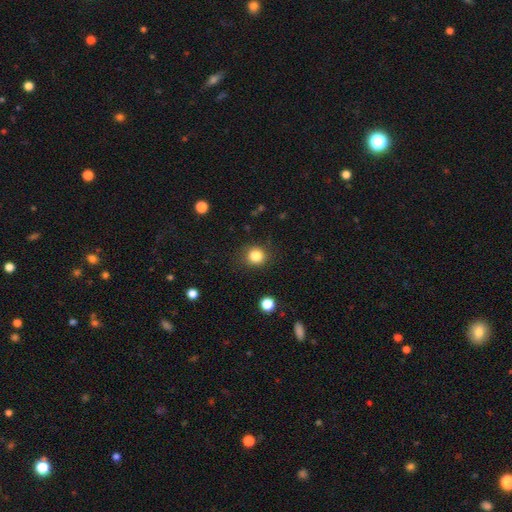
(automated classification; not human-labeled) A smooth galaxy with no disk features (84%) that is round (87%). Merging: none (87%).